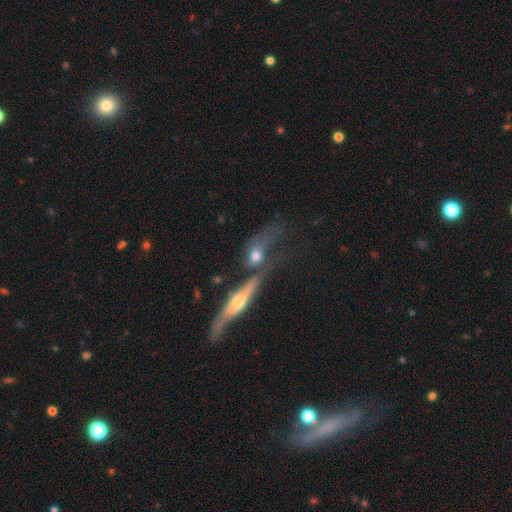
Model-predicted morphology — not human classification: smooth-or-featured: smooth: 54% | featured or disk: 35% | star or artifact: 11%
  how-rounded: in between: 48% | round: 30% | cigar-shaped: 22%
  merging: merger: 40% | none: 33% | major disturbance: 14% | minor disturbance: 13%